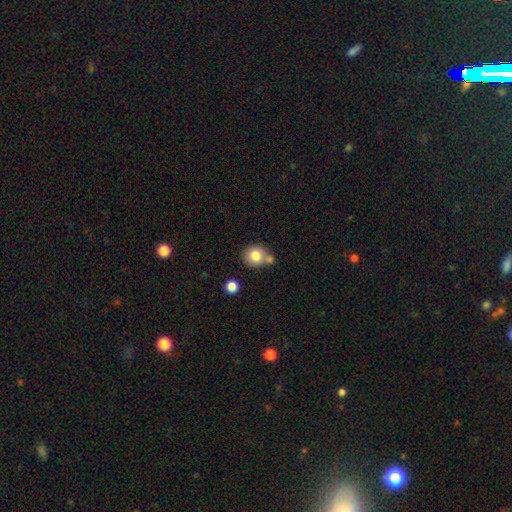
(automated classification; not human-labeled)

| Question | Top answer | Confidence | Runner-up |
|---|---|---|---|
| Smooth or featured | smooth | 81% | featured or disk (10%) |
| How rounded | round | 84% | in between (15%) |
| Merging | none | 59% | merger (25%) |